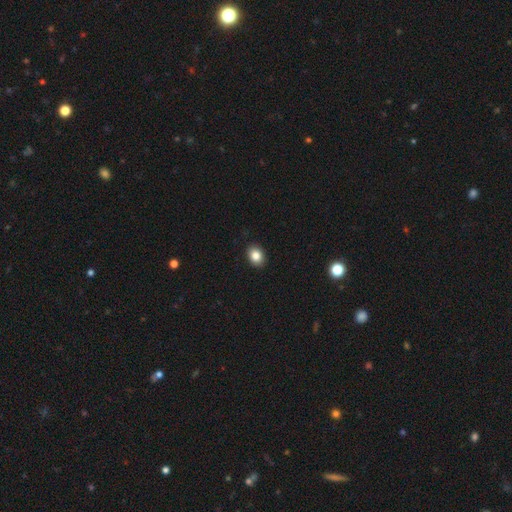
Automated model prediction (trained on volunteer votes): Smooth or featured? Predicted: smooth (p=0.85). How rounded? Predicted: in between (p=0.58). Merging? Predicted: none (p=0.91).